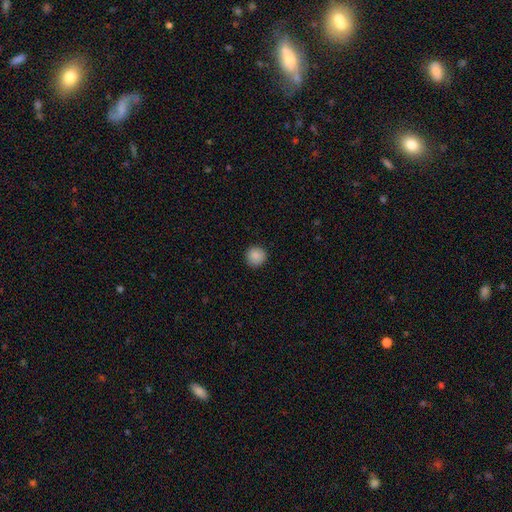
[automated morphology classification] smooth-or-featured: smooth: 88% | star or artifact: 9% | featured or disk: 3%
  how-rounded: round: 94% | in between: 5% | cigar-shaped: 1%
  merging: none: 91% | minor disturbance: 6% | major disturbance: 2% | merger: 1%